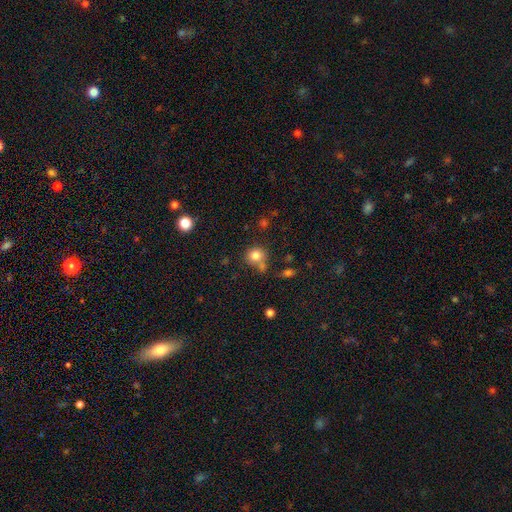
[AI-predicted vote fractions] Smooth or featured? smooth (80%)
How rounded? round (85%)
Merging? none (59%)